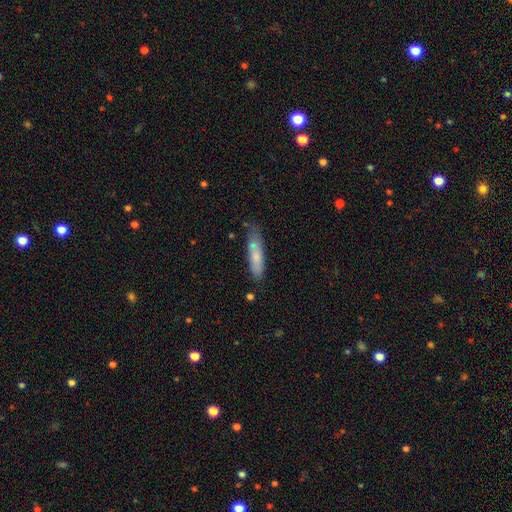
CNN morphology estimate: Smooth or featured? smooth (72%)
How rounded? cigar-shaped (78%)
Merging? none (66%)